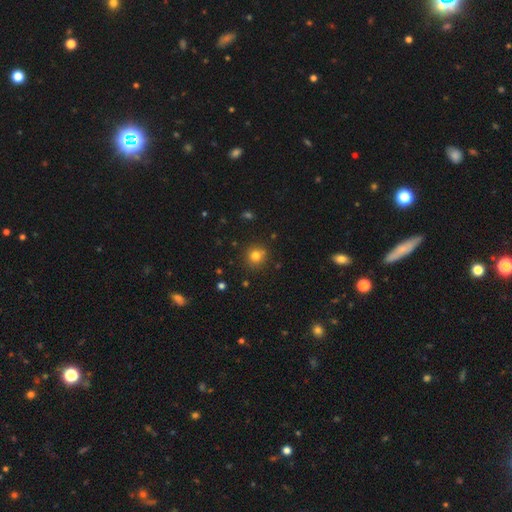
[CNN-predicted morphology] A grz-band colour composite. It shows a smooth galaxy with no disk features (78%) that is round (89%). Merging: none (84%).